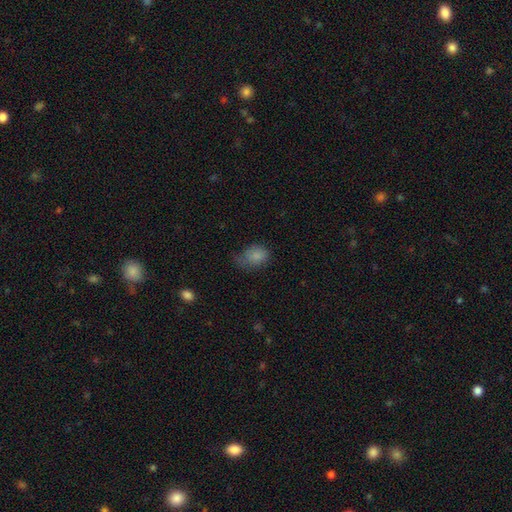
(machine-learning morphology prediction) Q: Smooth or featured?
A: smooth (82%); runner-up: star or artifact (11%)
Q: How rounded?
A: in between (71%); runner-up: round (28%)
Q: Merging?
A: none (40%); runner-up: minor disturbance (38%)